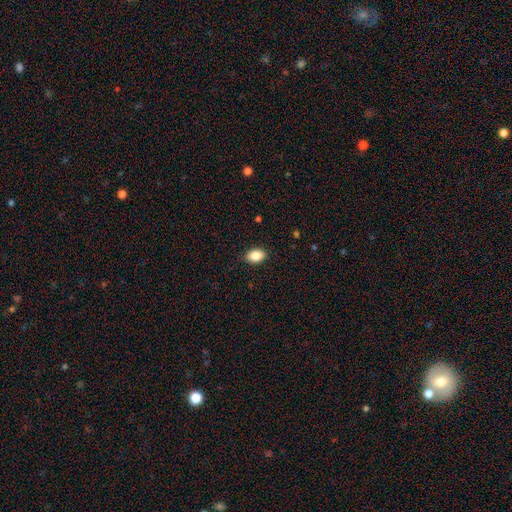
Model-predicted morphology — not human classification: Overall: smooth (87%). How rounded: in between (85%). Merging: none (89%).